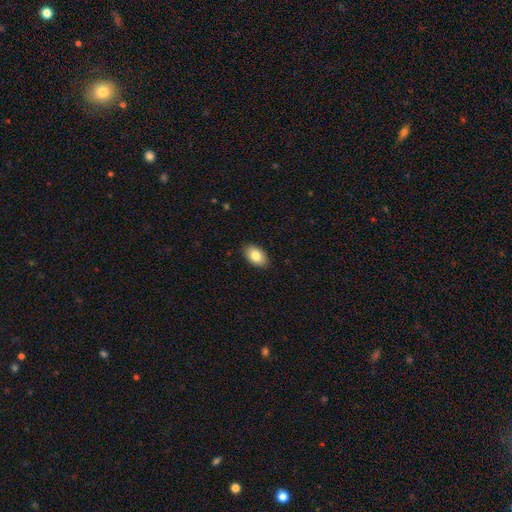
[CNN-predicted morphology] smooth_or_featured: smooth (p=0.84) [alt: featured or disk p=0.09]
how_rounded: in between (p=0.90) [alt: round p=0.08]
merging: none (p=0.89) [alt: minor disturbance p=0.09]